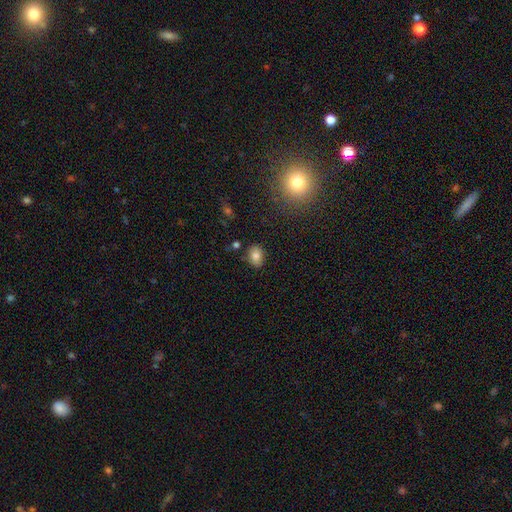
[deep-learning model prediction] Smooth or featured? smooth (81%)
How rounded? in between (73%)
Merging? none (82%)